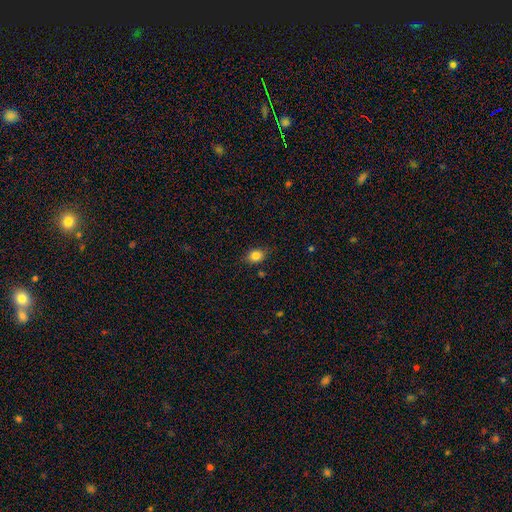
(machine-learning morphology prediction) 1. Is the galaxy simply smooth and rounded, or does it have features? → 83% smooth, 10% star or artifact, 7% featured or disk.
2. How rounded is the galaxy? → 65% in between, 34% round, 1% cigar-shaped.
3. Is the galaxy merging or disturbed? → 81% none, 14% minor disturbance, 3% major disturbance, 2% merger.